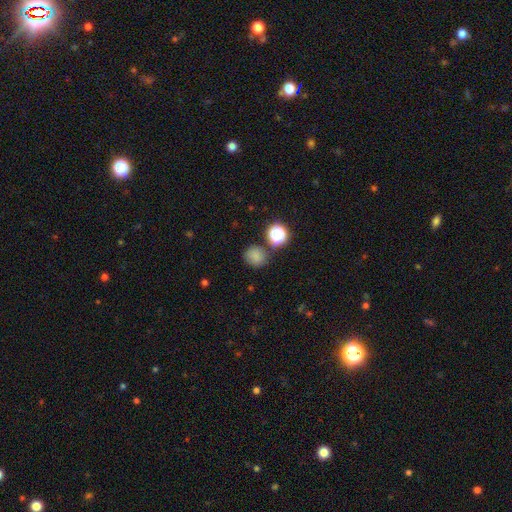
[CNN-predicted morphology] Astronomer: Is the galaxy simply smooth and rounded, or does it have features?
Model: smooth — 78%.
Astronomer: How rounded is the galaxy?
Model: round — 83%.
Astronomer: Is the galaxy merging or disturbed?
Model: none — 76%.